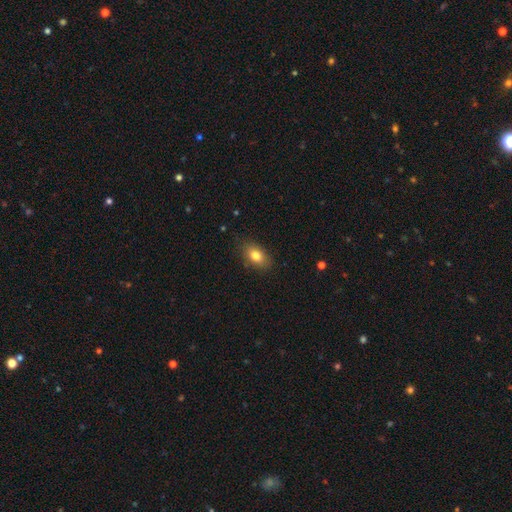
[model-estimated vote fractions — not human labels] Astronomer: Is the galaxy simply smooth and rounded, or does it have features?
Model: smooth — 81%.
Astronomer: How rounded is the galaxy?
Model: in between — 86%.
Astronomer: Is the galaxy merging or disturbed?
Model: none — 82%.